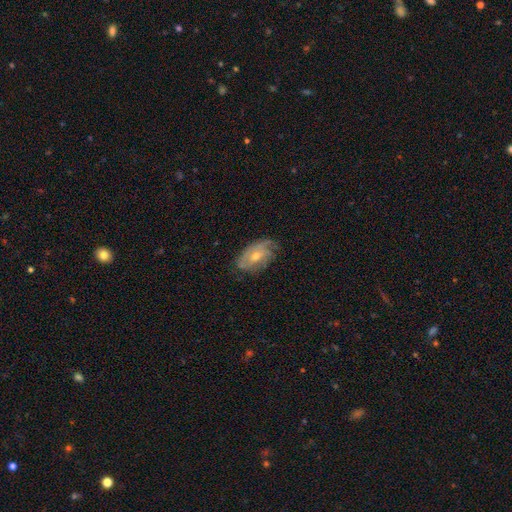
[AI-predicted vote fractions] The model was most divided on "bulge size": moderate: 58%, small: 37%, large: 2%, none: 1%, dominant: 1%. More confident: edge-on disk — no (91%); spiral arms — yes (78%); merging — none (68%); bar — no (67%); smooth or featured — featured or disk (63%).